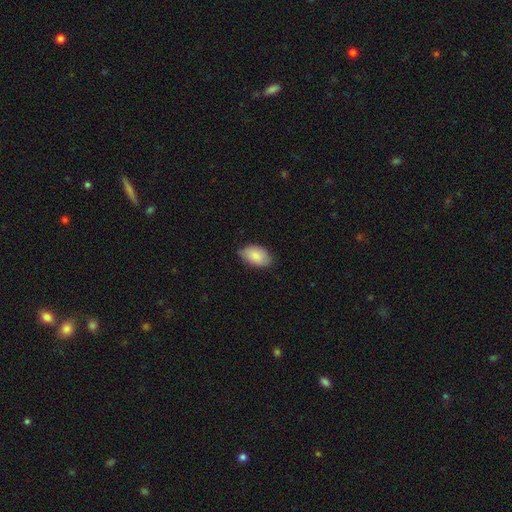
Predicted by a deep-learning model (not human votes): This is clearly a smooth galaxy (87%). How rounded: clearly in between (93%). Merging: likely none (78%).